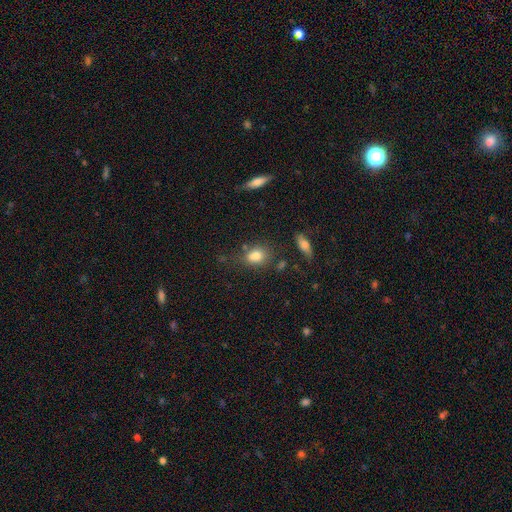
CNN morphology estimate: Smooth or featured: smooth — 79% (star or artifact — 11%)
How rounded: in between — 58% (round — 40%)
Merging: none — 60% (minor disturbance — 19%)